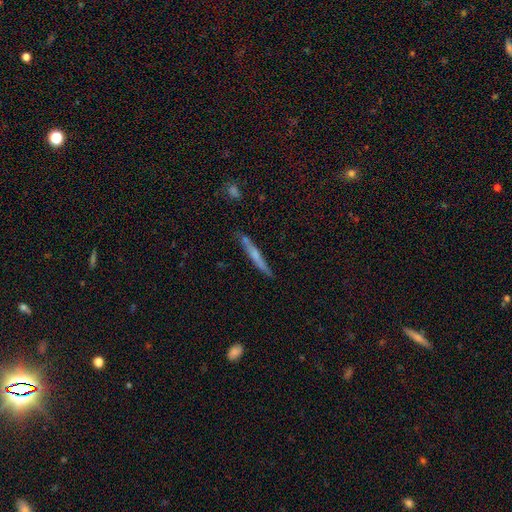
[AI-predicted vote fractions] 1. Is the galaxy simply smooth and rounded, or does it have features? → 54% smooth, 40% featured or disk, 6% star or artifact.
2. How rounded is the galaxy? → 95% cigar-shaped, 3% in between, 2% round.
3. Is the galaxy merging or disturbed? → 78% none, 15% minor disturbance, 4% merger, 3% major disturbance.